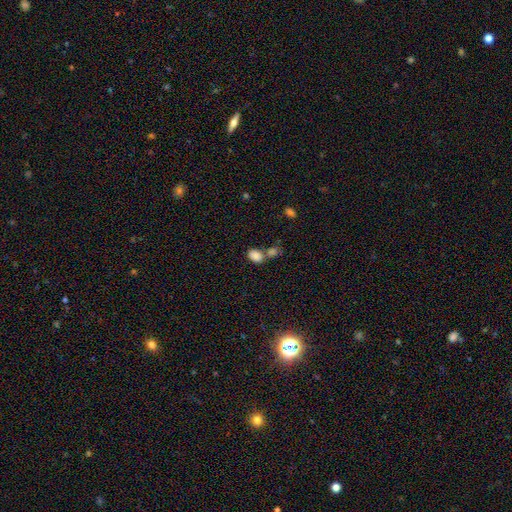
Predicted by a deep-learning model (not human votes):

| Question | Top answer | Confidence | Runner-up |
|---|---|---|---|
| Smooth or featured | smooth | 83% | star or artifact (10%) |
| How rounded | in between | 76% | round (23%) |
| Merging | none | 42% | merger (41%) |